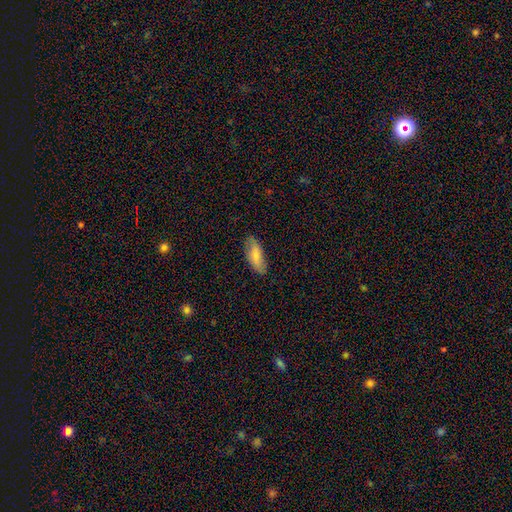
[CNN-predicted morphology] This appears to be a smooth galaxy with no disk features (74%) that is in between round and cigar-shaped (80%). Merging: none (82%).